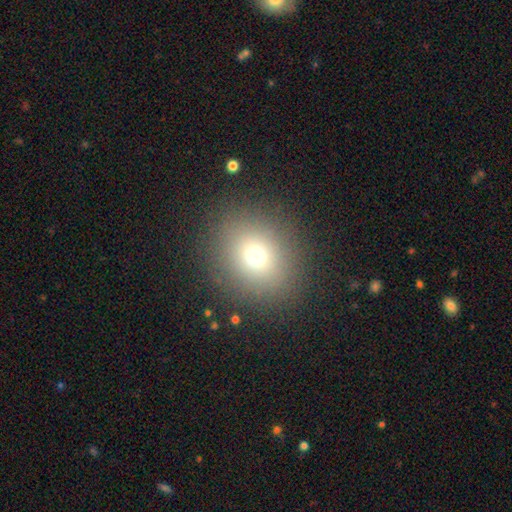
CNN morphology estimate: Smooth or featured? smooth (71%)
How rounded? round (74%)
Merging? none (87%)